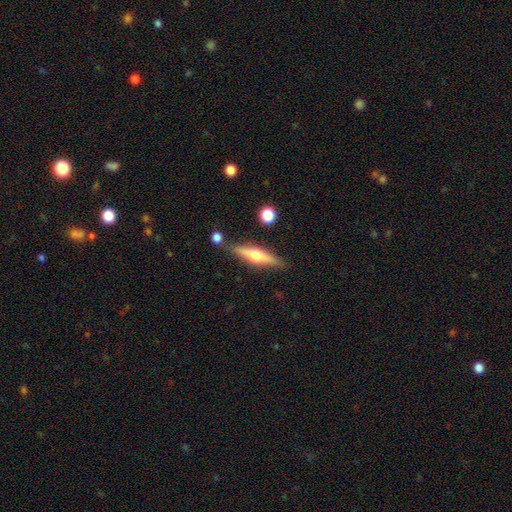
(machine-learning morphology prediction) Smooth or featured? Predicted: featured or disk (p=0.60). Edge-on disk? Predicted: yes (p=0.95). Edge-on bulge? Predicted: rounded (p=0.92). Merging? Predicted: none (p=0.81).